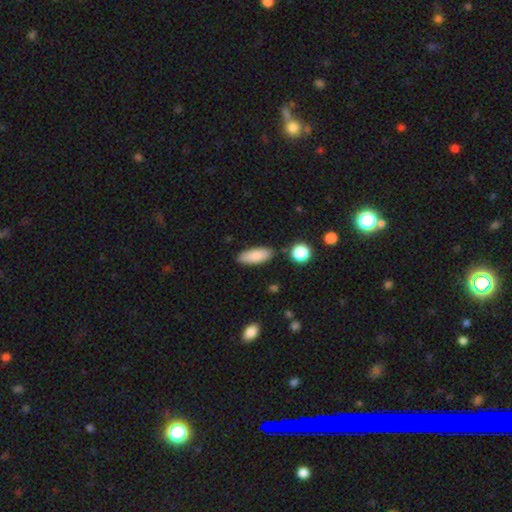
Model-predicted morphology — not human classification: smooth-or-featured: smooth: 85% | featured or disk: 8% | star or artifact: 7%
  how-rounded: in between: 76% | cigar-shaped: 22% | round: 2%
  merging: none: 82% | minor disturbance: 12% | merger: 4% | major disturbance: 2%